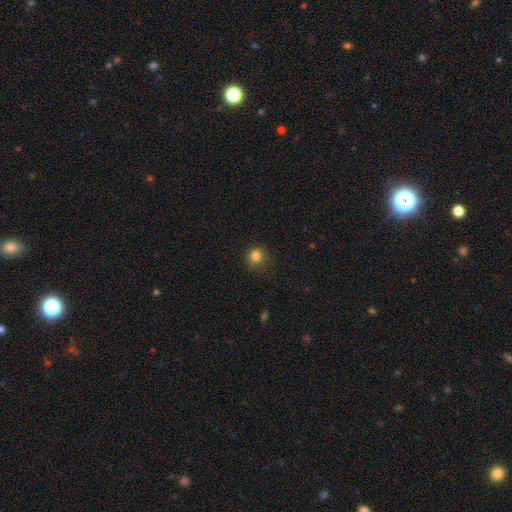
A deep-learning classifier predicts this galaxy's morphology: A smooth galaxy with no disk features (82%) that is round (70%). Merging: none (69%).